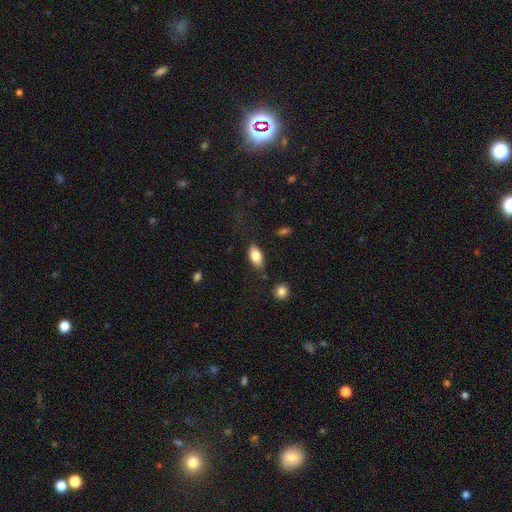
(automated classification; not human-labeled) smooth 79%, featured or disk 15%, star or artifact 7%. Down the decision tree: how rounded — in between (89%); merging — none (78%).